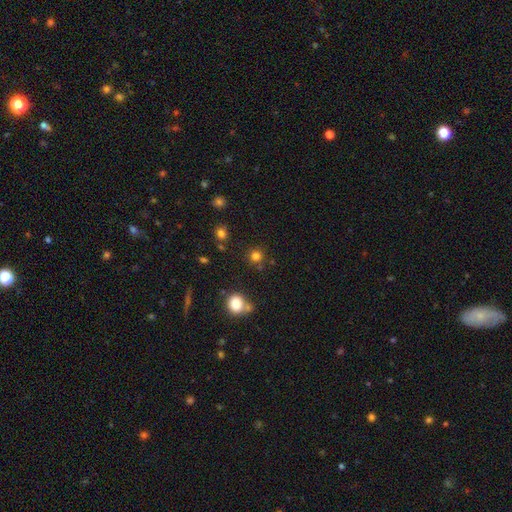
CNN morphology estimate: Smooth or featured: smooth — 79% (star or artifact — 16%)
How rounded: round — 91% (in between — 8%)
Merging: none — 82% (minor disturbance — 8%)